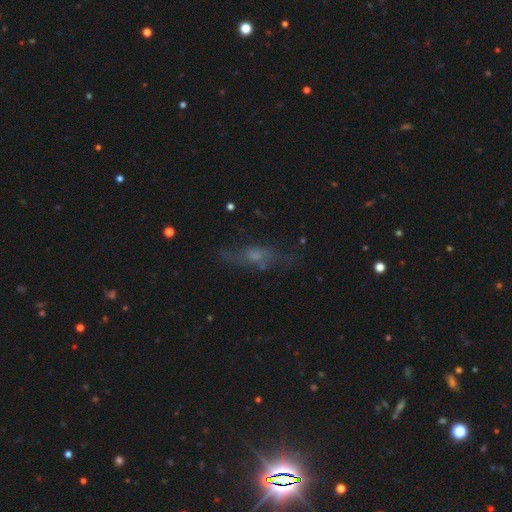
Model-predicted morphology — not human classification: This is possibly a featured or disk galaxy (45%). Merging: possibly none (59%).